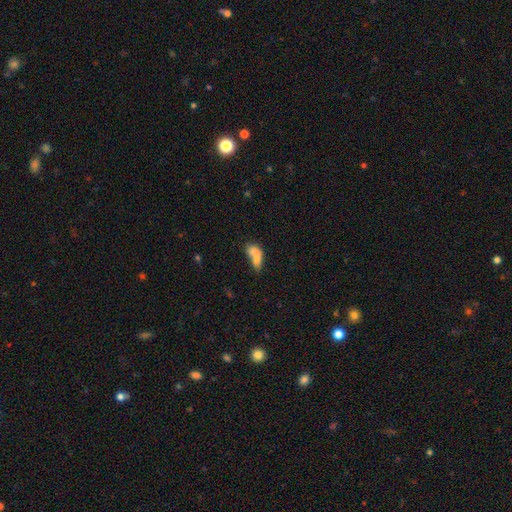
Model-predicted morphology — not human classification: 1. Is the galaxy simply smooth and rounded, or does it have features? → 69% smooth, 22% featured or disk, 10% star or artifact.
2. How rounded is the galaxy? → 79% in between, 13% round, 8% cigar-shaped.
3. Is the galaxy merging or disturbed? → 60% merger, 19% none, 11% major disturbance, 11% minor disturbance.